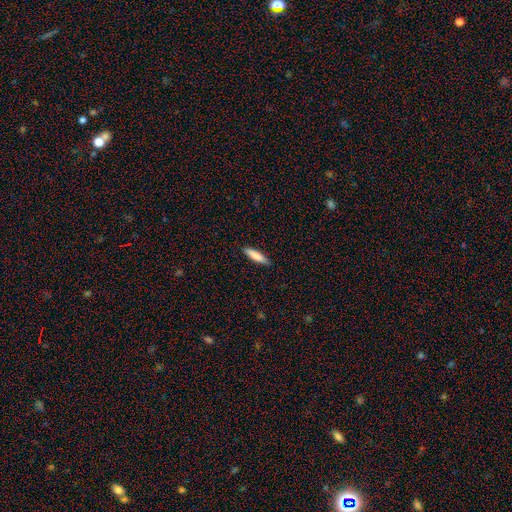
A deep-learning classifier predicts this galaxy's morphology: smooth-or-featured: smooth: 85% | featured or disk: 10% | star or artifact: 6%
  how-rounded: cigar-shaped: 75% | in between: 24% | round: 1%
  merging: none: 88% | minor disturbance: 10% | major disturbance: 2% | merger: 1%